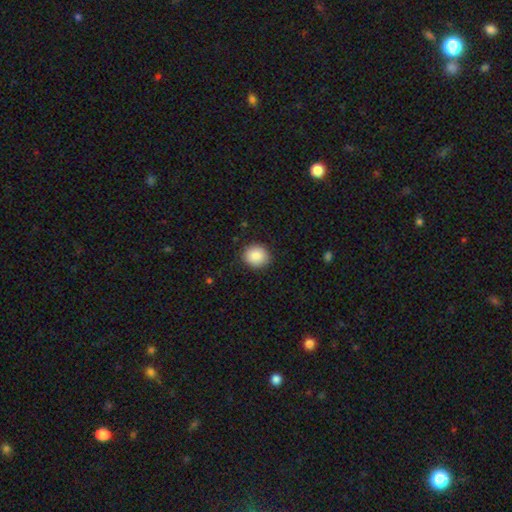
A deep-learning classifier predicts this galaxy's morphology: Smooth or featured? smooth (88%)
How rounded? round (78%)
Merging? none (88%)